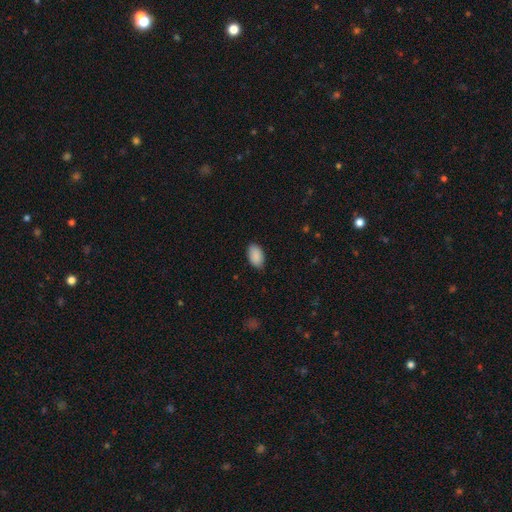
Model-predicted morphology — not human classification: Smooth or featured: smooth — 90% (star or artifact — 7%)
How rounded: in between — 93% (round — 5%)
Merging: none — 81% (minor disturbance — 15%)